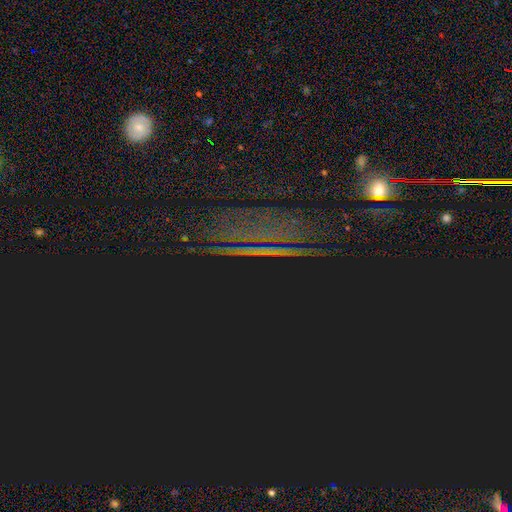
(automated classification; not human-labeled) smooth-or-featured: star or artifact: 70% | smooth: 18% | featured or disk: 12%